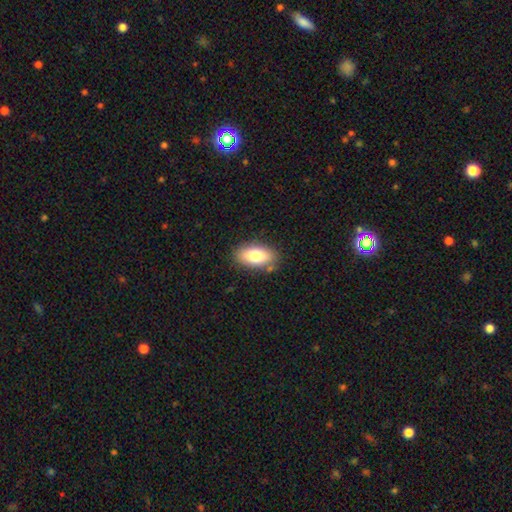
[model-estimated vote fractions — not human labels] Smooth or featured: smooth — 78% (featured or disk — 15%)
How rounded: in between — 91% (cigar-shaped — 5%)
Merging: none — 83% (minor disturbance — 12%)